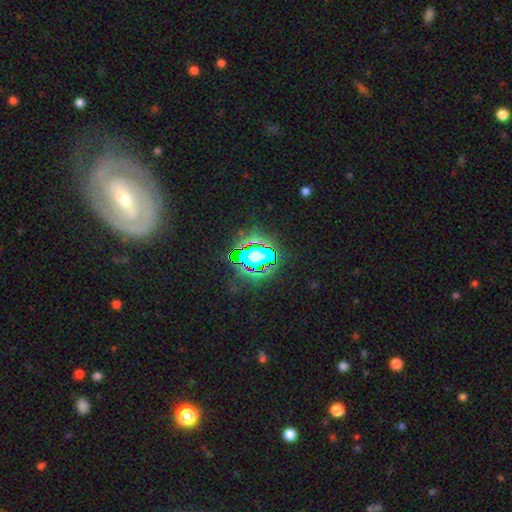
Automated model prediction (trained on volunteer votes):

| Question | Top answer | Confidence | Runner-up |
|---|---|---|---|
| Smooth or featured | star or artifact | 59% | smooth (26%) |